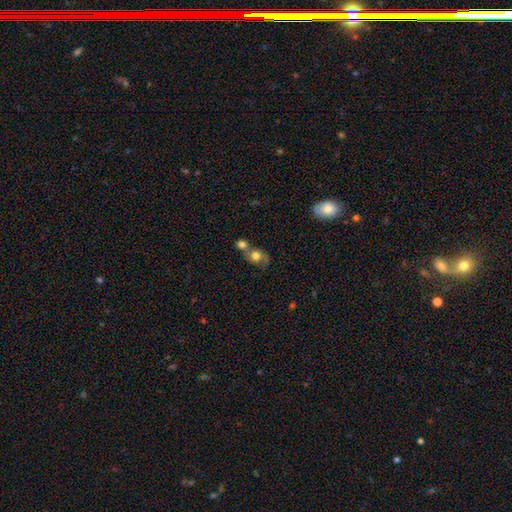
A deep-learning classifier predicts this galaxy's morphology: smooth 64%, featured or disk 27%, star or artifact 9%. Down the decision tree: how rounded — round (59%); merging — merger (53%).